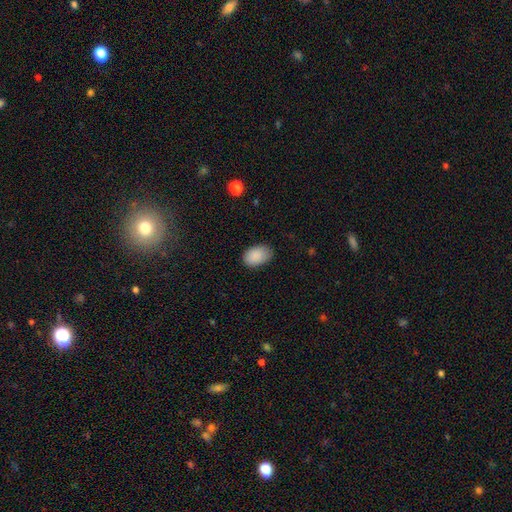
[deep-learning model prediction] Smooth or featured? Predicted: smooth (p=0.89). How rounded? Predicted: in between (p=0.88). Merging? Predicted: none (p=0.80).